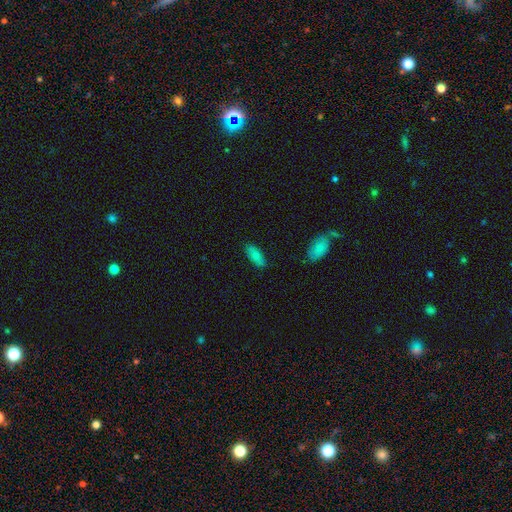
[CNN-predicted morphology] This appears to be a smooth galaxy with no disk features (72%) that is in between round and cigar-shaped (81%). Merging: none (84%).